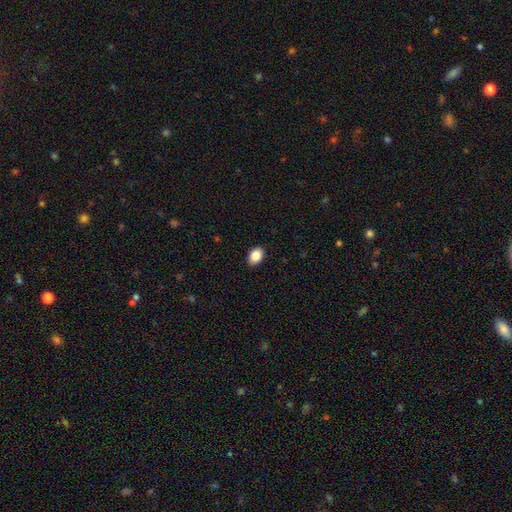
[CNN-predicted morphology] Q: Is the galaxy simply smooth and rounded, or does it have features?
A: smooth — 86%.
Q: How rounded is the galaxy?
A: in between — 80%.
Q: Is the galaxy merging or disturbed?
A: none — 89%.